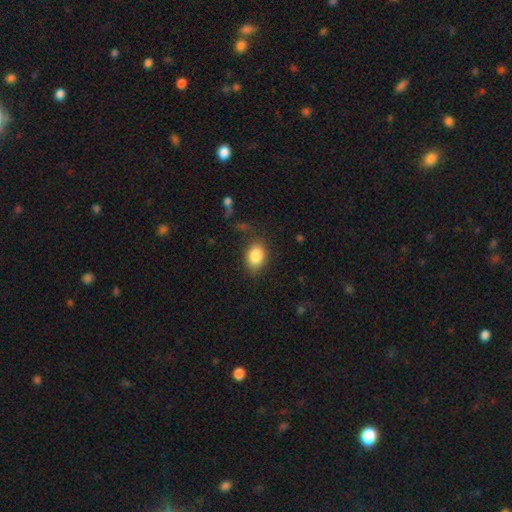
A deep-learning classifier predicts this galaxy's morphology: type=smooth (86%); roundness=in between (76%); merging=none (79%).